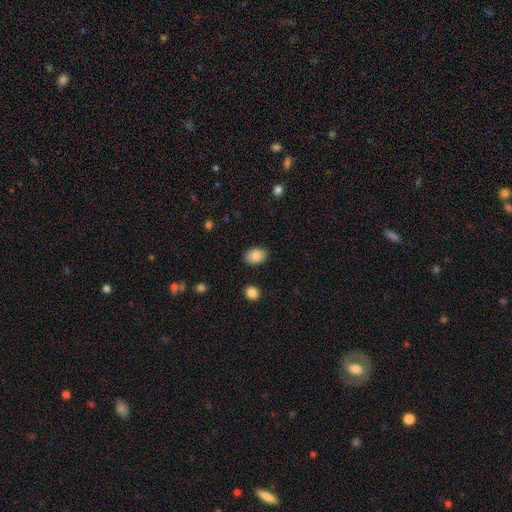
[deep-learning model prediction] smooth-or-featured: smooth: 87% | star or artifact: 7% | featured or disk: 6%
  how-rounded: in between: 82% | round: 17% | cigar-shaped: 1%
  merging: none: 87% | minor disturbance: 9% | major disturbance: 2% | merger: 1%